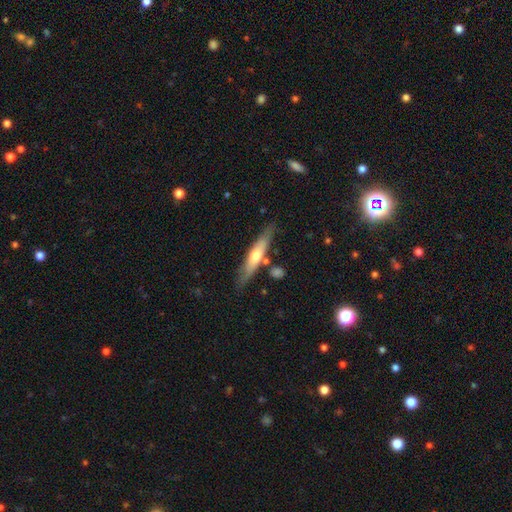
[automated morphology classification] This appears to be a featured or disk galaxy (48%). Merging: none (77%).